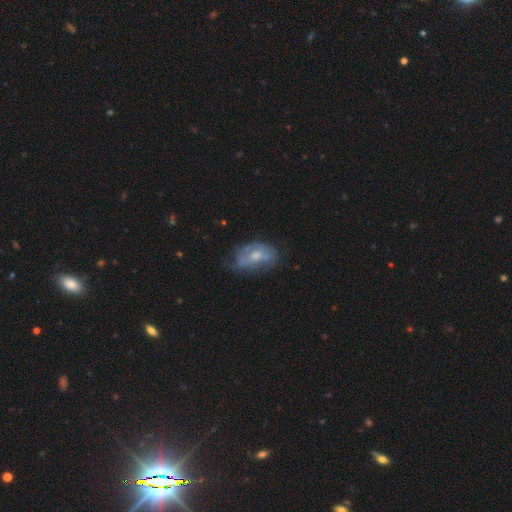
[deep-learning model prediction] smooth_or_featured: featured or disk (p=0.54) [alt: smooth p=0.38]
disk_edge_on: no (p=0.95) [alt: yes p=0.05]
bar: no (p=0.69) [alt: weak p=0.26]
has_spiral_arms: no (p=0.52) [alt: yes p=0.48]
bulge_size: moderate (p=0.57) [alt: small p=0.31]
merging: none (p=0.42) [alt: minor disturbance p=0.34]